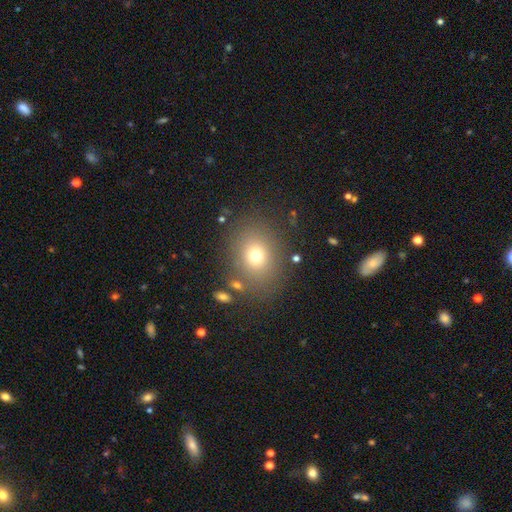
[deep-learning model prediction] smooth-or-featured: smooth: 72% | star or artifact: 16% | featured or disk: 12%
  how-rounded: round: 56% | in between: 43% | cigar-shaped: 1%
  merging: none: 82% | minor disturbance: 10% | major disturbance: 5% | merger: 3%